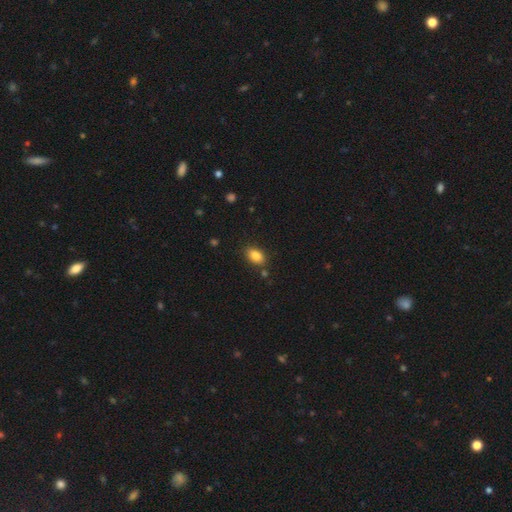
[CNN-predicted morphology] This appears to be a smooth galaxy with no disk features (86%) that is in between round and cigar-shaped (87%). Merging: none (83%).